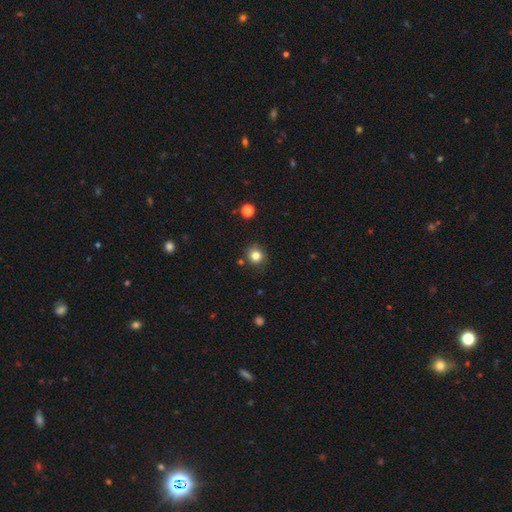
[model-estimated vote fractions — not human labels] Smooth or featured? smooth (82%)
How rounded? round (89%)
Merging? none (84%)